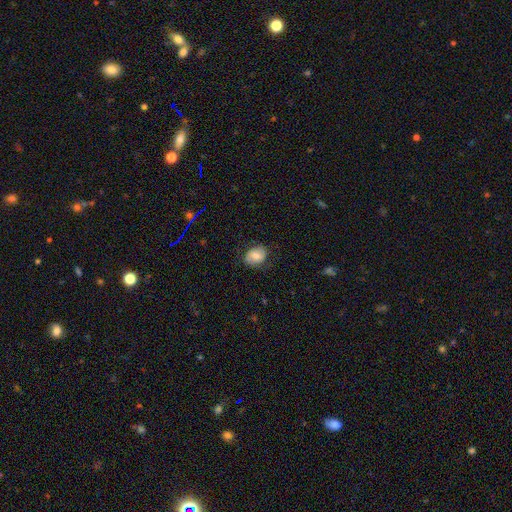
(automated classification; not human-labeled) Q: Smooth or featured?
A: smooth (68%); runner-up: featured or disk (23%)
Q: How rounded?
A: in between (56%); runner-up: round (43%)
Q: Merging?
A: none (75%); runner-up: minor disturbance (18%)